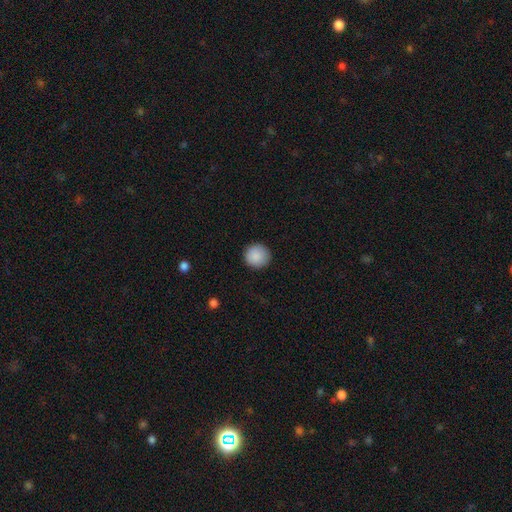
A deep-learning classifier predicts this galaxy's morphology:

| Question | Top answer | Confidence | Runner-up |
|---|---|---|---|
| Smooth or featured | smooth | 89% | star or artifact (7%) |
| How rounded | round | 94% | in between (5%) |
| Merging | none | 91% | minor disturbance (6%) |